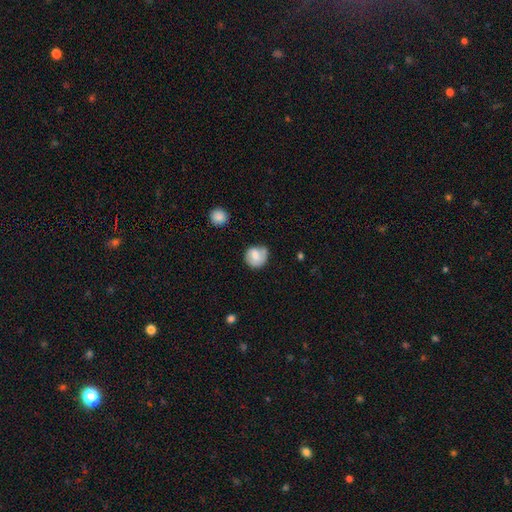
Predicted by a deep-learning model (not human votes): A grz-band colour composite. It shows a smooth galaxy with no disk features (69%) that is round (81%). Merging: none (54%).